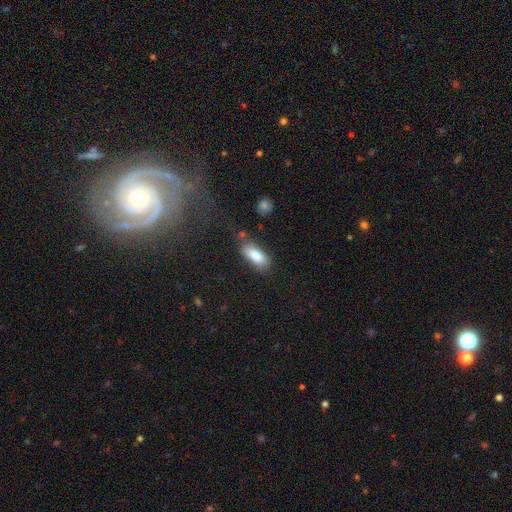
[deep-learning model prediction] Smooth or featured?
  - smooth: 81% *
  - featured or disk: 12%
  - star or artifact: 7%
How rounded?
  - in between: 83% *
  - cigar-shaped: 15%
  - round: 3%
Merging?
  - none: 69% *
  - minor disturbance: 20%
  - major disturbance: 6%
  - merger: 6%